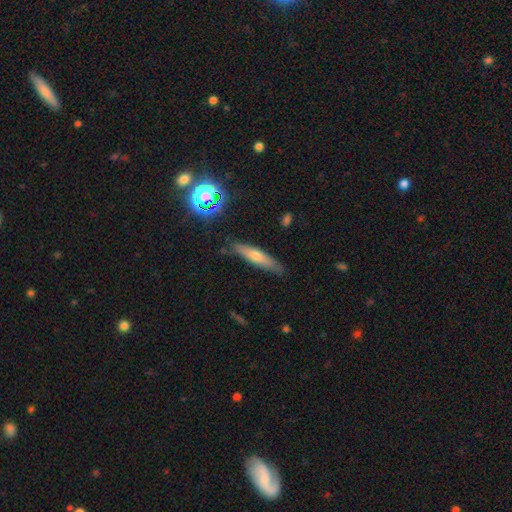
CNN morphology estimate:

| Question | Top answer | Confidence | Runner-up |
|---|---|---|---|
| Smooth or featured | smooth | 52% | featured or disk (37%) |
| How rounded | cigar-shaped | 83% | in between (15%) |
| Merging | none | 83% | minor disturbance (12%) |